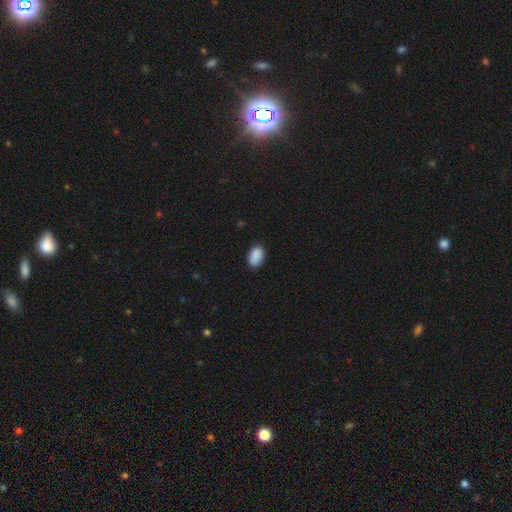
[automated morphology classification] Smooth or featured? smooth (90%)
How rounded? in between (92%)
Merging? none (85%)